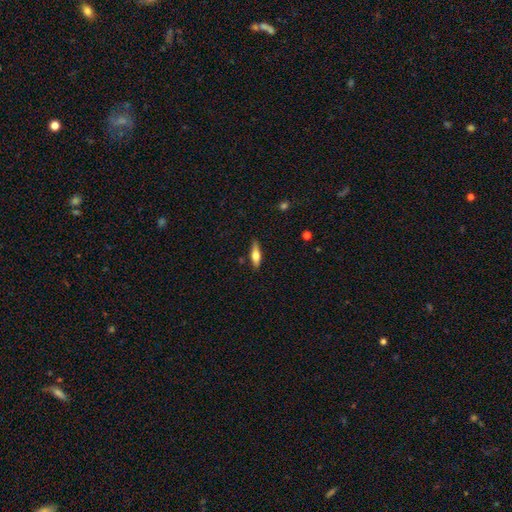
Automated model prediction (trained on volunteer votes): This is possibly a smooth galaxy (54%). How rounded: possibly cigar-shaped (53%). Merging: clearly none (84%).